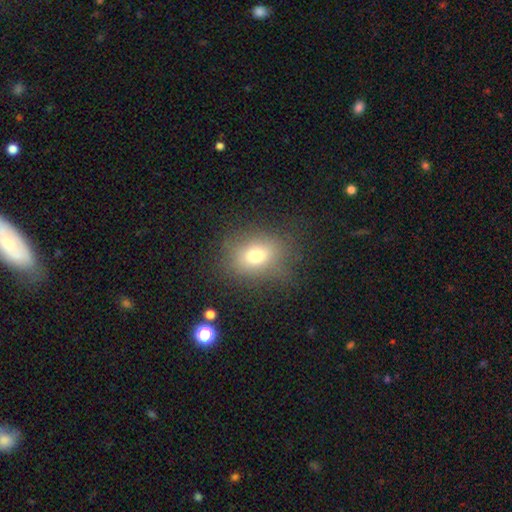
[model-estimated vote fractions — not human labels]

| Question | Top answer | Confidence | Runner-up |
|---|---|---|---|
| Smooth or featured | smooth | 71% | star or artifact (16%) |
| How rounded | round | 56% | in between (42%) |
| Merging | none | 78% | minor disturbance (13%) |